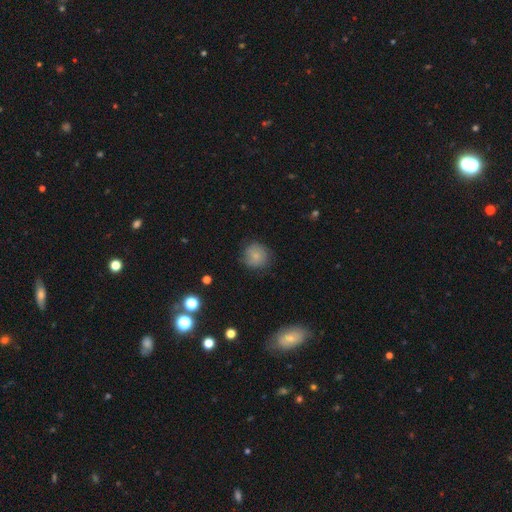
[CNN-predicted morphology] smooth-or-featured: smooth: 78% | featured or disk: 13% | star or artifact: 10%
  how-rounded: round: 89% | in between: 10% | cigar-shaped: 1%
  merging: none: 75% | minor disturbance: 18% | major disturbance: 5% | merger: 1%